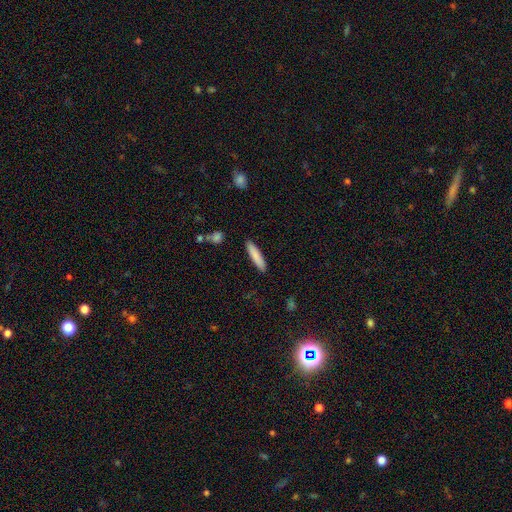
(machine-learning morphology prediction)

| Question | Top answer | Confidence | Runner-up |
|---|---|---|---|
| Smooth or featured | smooth | 84% | featured or disk (10%) |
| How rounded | cigar-shaped | 87% | in between (12%) |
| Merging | none | 90% | minor disturbance (7%) |